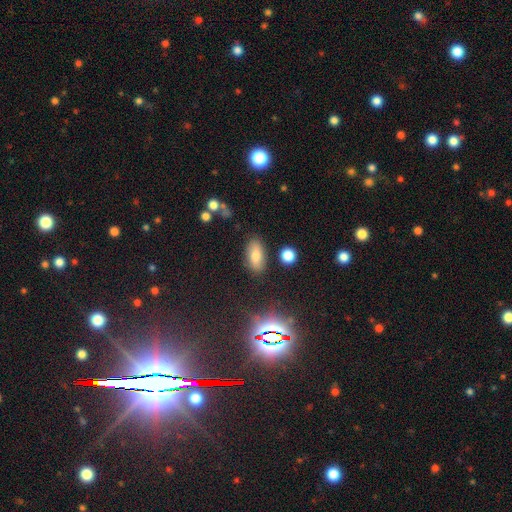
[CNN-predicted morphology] smooth 74%, star or artifact 13%, featured or disk 13%. Down the decision tree: how rounded — in between (88%); merging — none (83%).